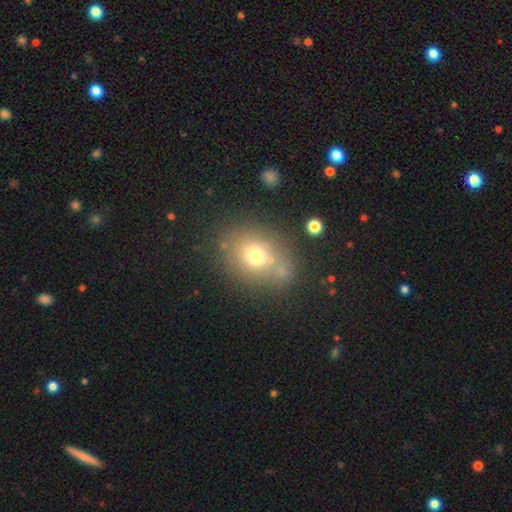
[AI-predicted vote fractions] A smooth galaxy with no disk features (63%) that is round (55%). Merging: none (70%).